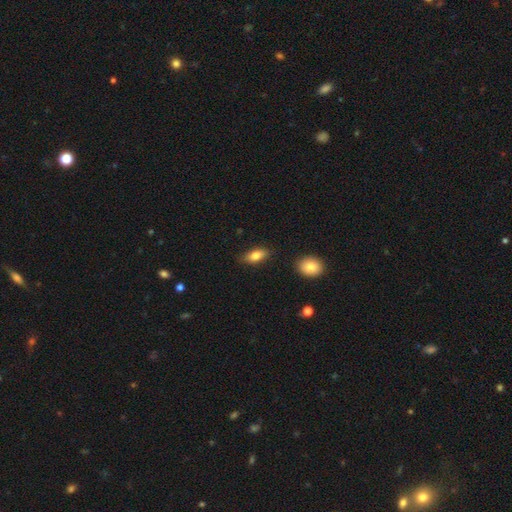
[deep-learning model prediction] Smooth or featured? smooth (81%)
How rounded? in between (84%)
Merging? none (82%)